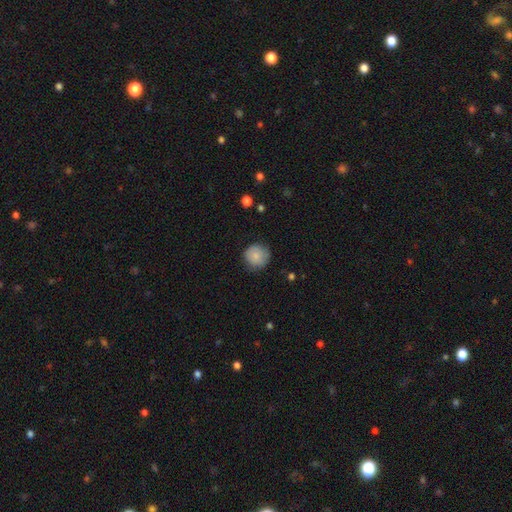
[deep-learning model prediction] smooth-or-featured: smooth: 81% | featured or disk: 11% | star or artifact: 8%
  how-rounded: round: 93% | in between: 6% | cigar-shaped: 1%
  merging: none: 79% | minor disturbance: 17% | major disturbance: 4% | merger: 1%